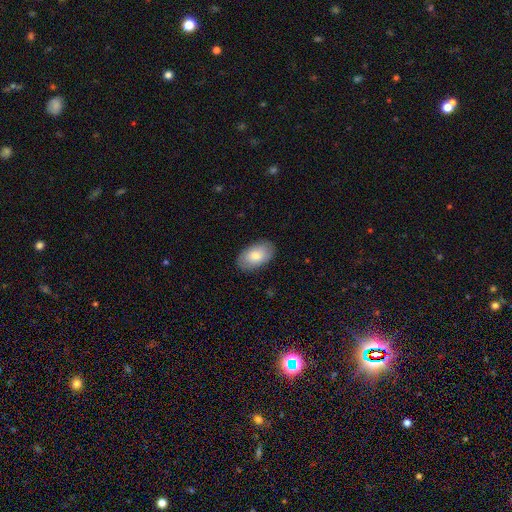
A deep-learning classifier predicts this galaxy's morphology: smooth_or_featured: smooth (p=0.78) [alt: featured or disk p=0.16]
how_rounded: in between (p=0.94) [alt: round p=0.05]
merging: none (p=0.86) [alt: minor disturbance p=0.10]